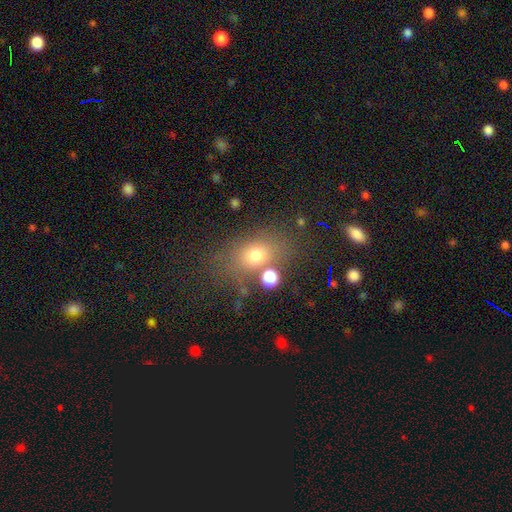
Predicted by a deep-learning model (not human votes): A smooth galaxy with no disk features (72%) that is in between round and cigar-shaped (68%).

Vote fractions:
- Smooth or featured? smooth: 72% / star or artifact: 16% / featured or disk: 13%
- How rounded? in between: 68% / round: 30% / cigar-shaped: 3%
- Merging? none: 69% / minor disturbance: 14% / merger: 10% / major disturbance: 7%